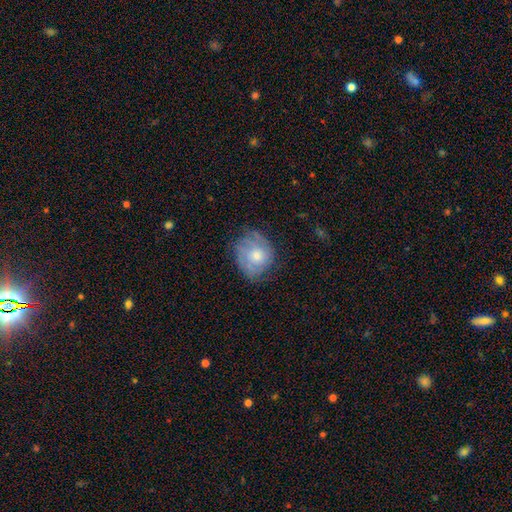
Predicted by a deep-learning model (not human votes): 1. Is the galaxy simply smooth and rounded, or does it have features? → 48% featured or disk, 44% smooth, 8% star or artifact.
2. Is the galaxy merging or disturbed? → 63% none, 25% minor disturbance, 10% major disturbance, 1% merger.